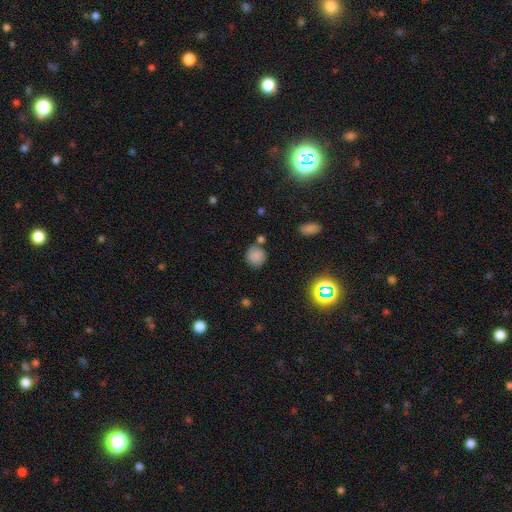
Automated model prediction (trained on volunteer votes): The model was most divided on "merging": none: 66%, minor disturbance: 15%, merger: 14%, major disturbance: 5%. More confident: how rounded — round (84%); smooth or featured — smooth (77%).